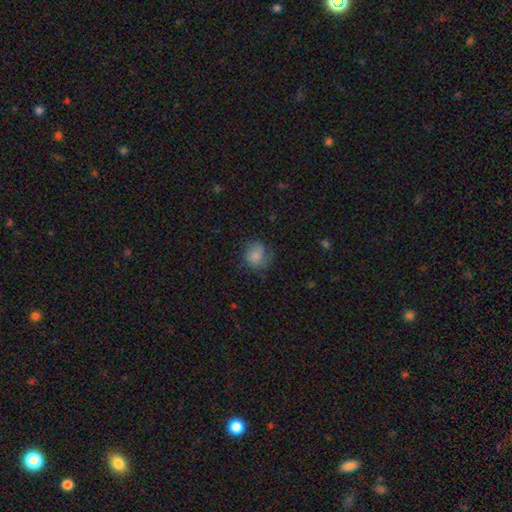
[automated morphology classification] Smooth or featured? Predicted: smooth (p=0.80). How rounded? Predicted: round (p=0.77). Merging? Predicted: none (p=0.62).